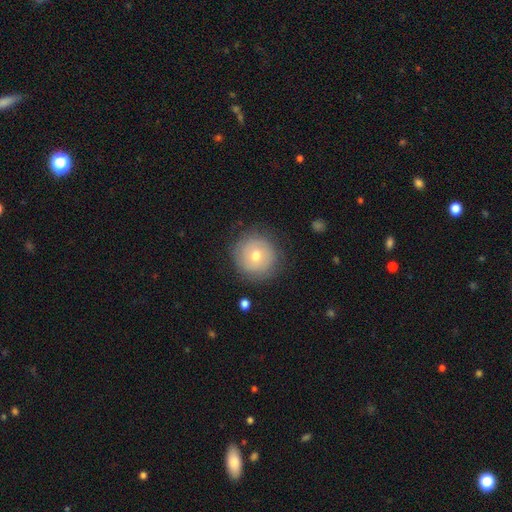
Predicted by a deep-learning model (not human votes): smooth_or_featured: smooth (p=0.55) [alt: featured or disk p=0.36]
how_rounded: round (p=0.94) [alt: in between p=0.05]
merging: none (p=0.82) [alt: minor disturbance p=0.12]